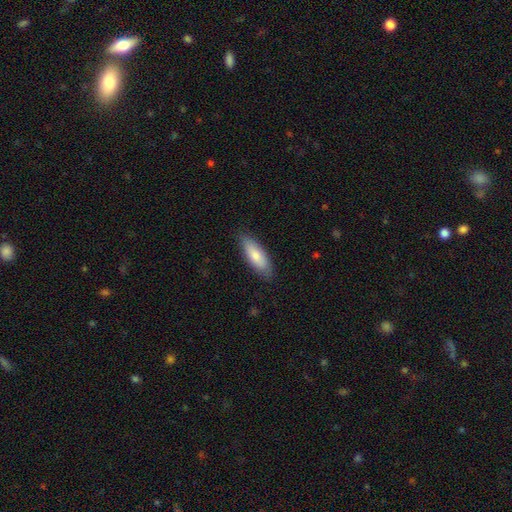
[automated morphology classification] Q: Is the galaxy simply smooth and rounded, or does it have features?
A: smooth — 77%.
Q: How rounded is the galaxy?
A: in between — 59%.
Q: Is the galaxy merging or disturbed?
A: none — 84%.